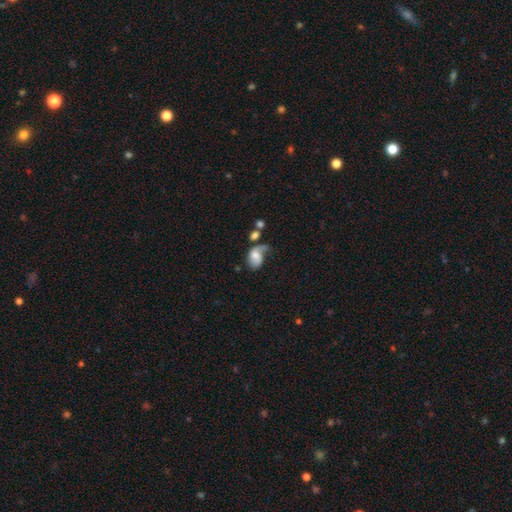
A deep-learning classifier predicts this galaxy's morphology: Smooth or featured? featured or disk (46%)
Merging? major disturbance (34%)